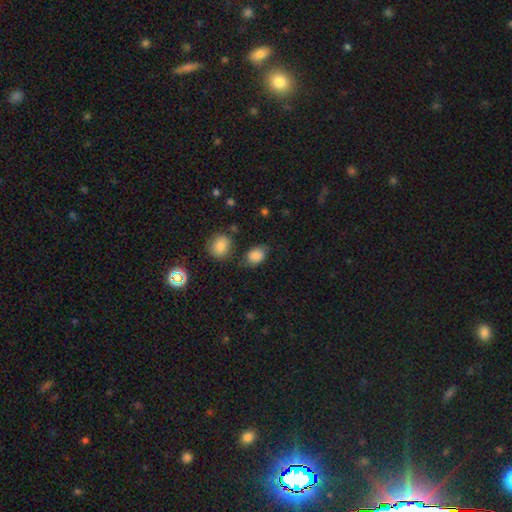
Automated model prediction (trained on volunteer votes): The model was most divided on "merging": none: 64%, minor disturbance: 23%, major disturbance: 7%, merger: 6%. More confident: smooth or featured — smooth (83%); how rounded — in between (70%).